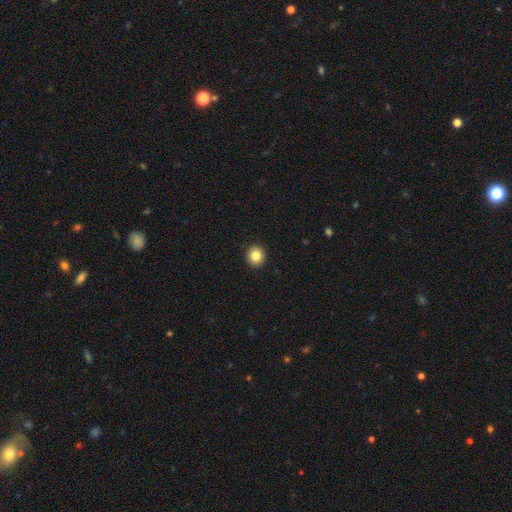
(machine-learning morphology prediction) This appears to be a smooth galaxy with no disk features (83%) that is round (88%). Merging: none (93%).